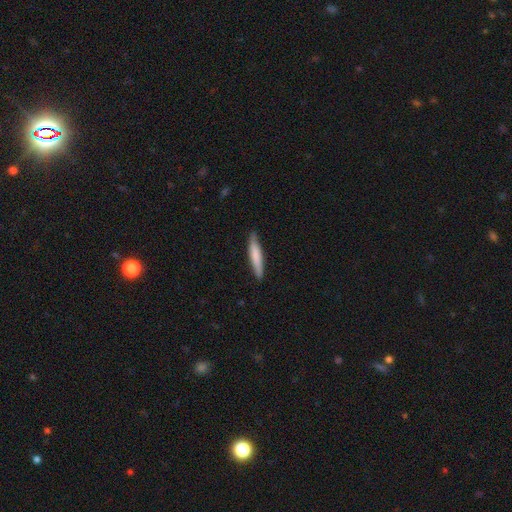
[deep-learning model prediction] This appears to be a smooth galaxy with no disk features (72%) that is cigar-shaped (90%). Merging: none (84%).